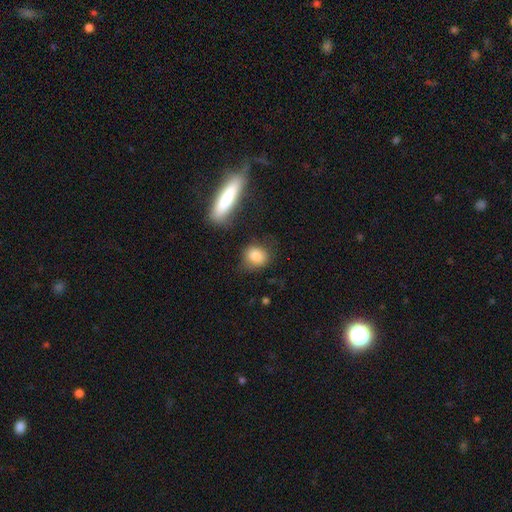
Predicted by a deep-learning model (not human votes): smooth-or-featured: smooth: 85% | star or artifact: 9% | featured or disk: 7%
  how-rounded: round: 58% | in between: 39% | cigar-shaped: 3%
  merging: none: 69% | minor disturbance: 19% | merger: 7% | major disturbance: 6%